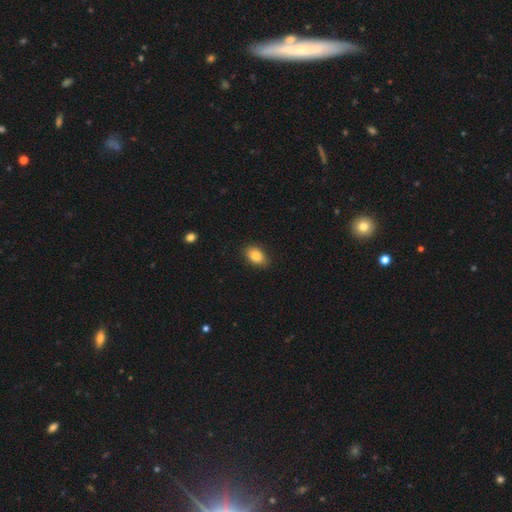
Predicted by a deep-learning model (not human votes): The model was most divided on "merging": none: 86%, minor disturbance: 11%, major disturbance: 2%, merger: 1%. More confident: how rounded — in between (87%); smooth or featured — smooth (85%).